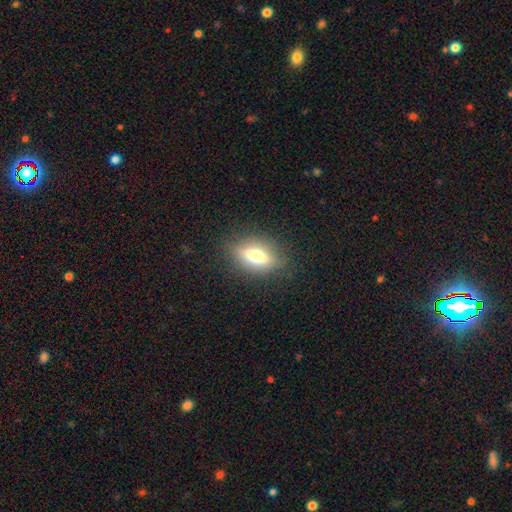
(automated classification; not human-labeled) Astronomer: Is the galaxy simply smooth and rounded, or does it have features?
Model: smooth — 58%.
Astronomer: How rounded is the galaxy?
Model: in between — 68%.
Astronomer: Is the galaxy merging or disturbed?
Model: none — 83%.